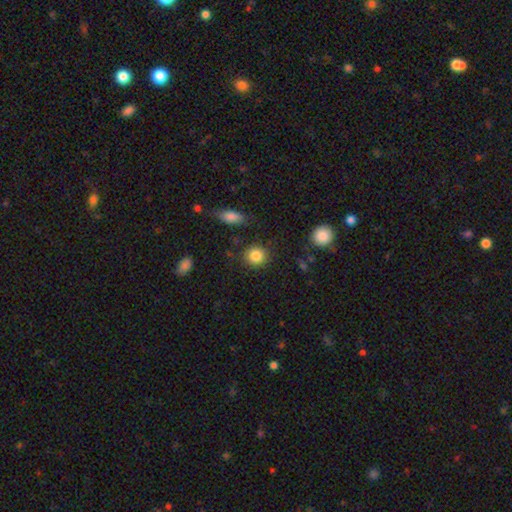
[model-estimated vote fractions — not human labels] smooth_or_featured: smooth (p=0.86) [alt: star or artifact p=0.09]
how_rounded: round (p=0.86) [alt: in between p=0.13]
merging: none (p=0.85) [alt: minor disturbance p=0.09]